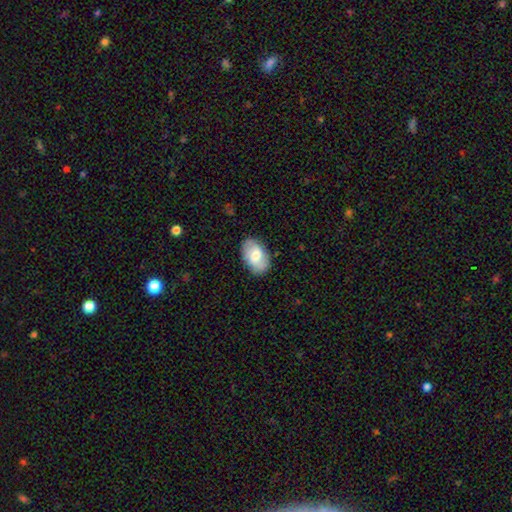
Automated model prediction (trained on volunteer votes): Smooth or featured? smooth (62%)
How rounded? in between (91%)
Merging? none (83%)